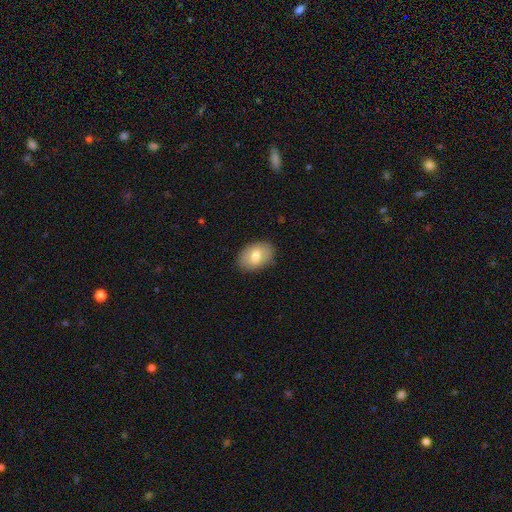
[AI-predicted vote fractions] This appears to be a smooth galaxy with no disk features (74%) that is in between round and cigar-shaped (84%). Merging: none (85%).